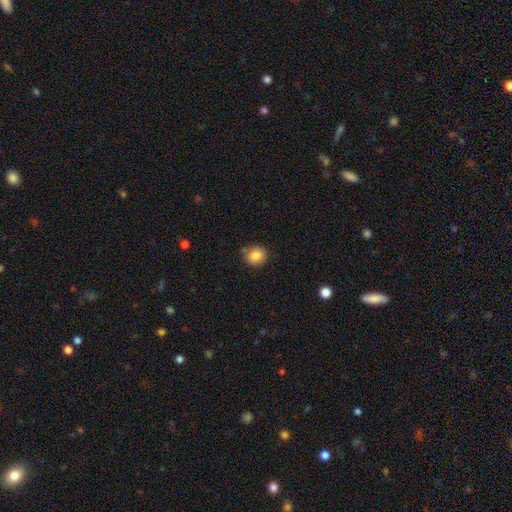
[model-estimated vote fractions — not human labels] Smooth or featured? Predicted: smooth (p=0.85). How rounded? Predicted: round (p=0.87). Merging? Predicted: none (p=0.83).